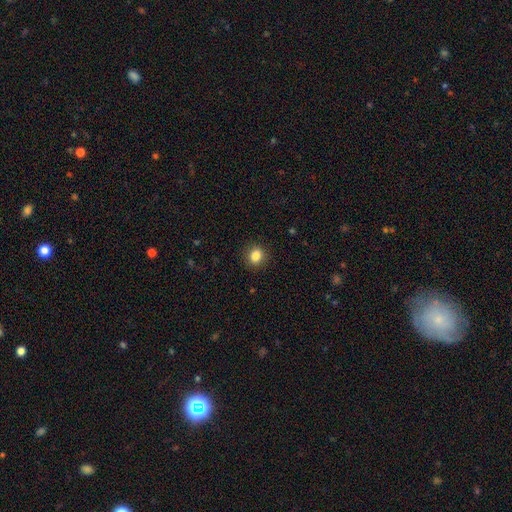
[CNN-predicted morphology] A smooth galaxy with no disk features (84%) that is round (79%).

Vote fractions:
- Smooth or featured? smooth: 84% / star or artifact: 11% / featured or disk: 5%
- How rounded? round: 79% / in between: 20% / cigar-shaped: 1%
- Merging? none: 90% / minor disturbance: 7% / major disturbance: 2% / merger: 1%